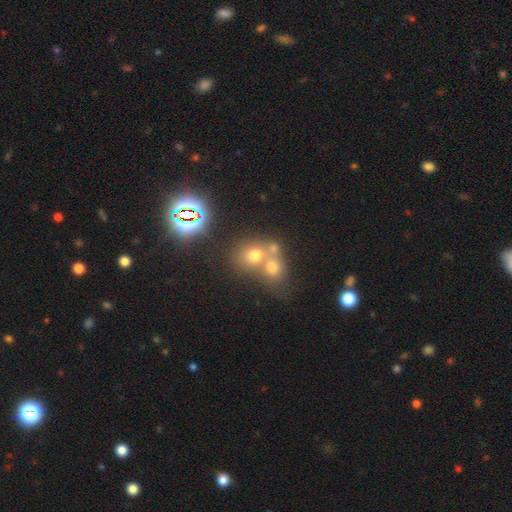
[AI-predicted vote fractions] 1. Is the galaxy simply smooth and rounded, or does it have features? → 52% smooth, 31% star or artifact, 16% featured or disk.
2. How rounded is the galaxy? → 73% round, 26% in between, 1% cigar-shaped.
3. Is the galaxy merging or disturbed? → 53% merger, 37% none, 6% minor disturbance, 3% major disturbance.